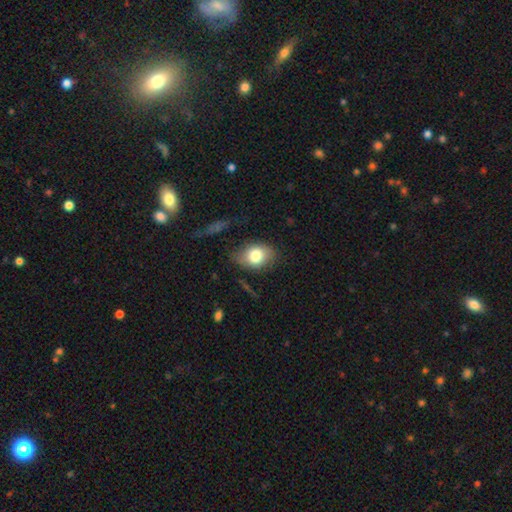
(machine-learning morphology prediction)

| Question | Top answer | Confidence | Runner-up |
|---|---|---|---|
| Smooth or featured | smooth | 77% | featured or disk (14%) |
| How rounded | in between | 71% | round (28%) |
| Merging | none | 68% | minor disturbance (21%) |